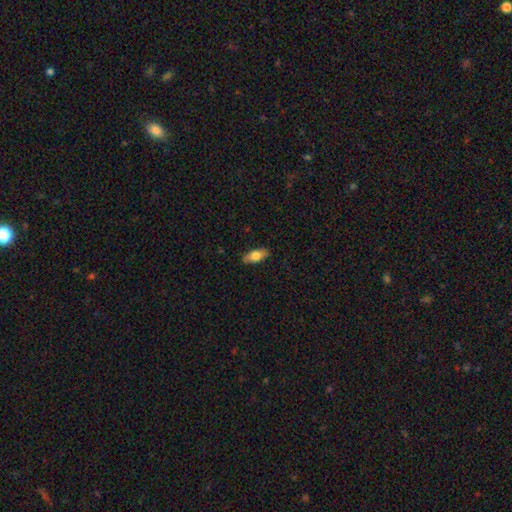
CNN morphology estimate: Smooth or featured?
  - smooth: 74% *
  - featured or disk: 20%
  - star or artifact: 6%
How rounded?
  - in between: 82% *
  - cigar-shaped: 15%
  - round: 3%
Merging?
  - none: 88% *
  - minor disturbance: 9%
  - major disturbance: 2%
  - merger: 1%